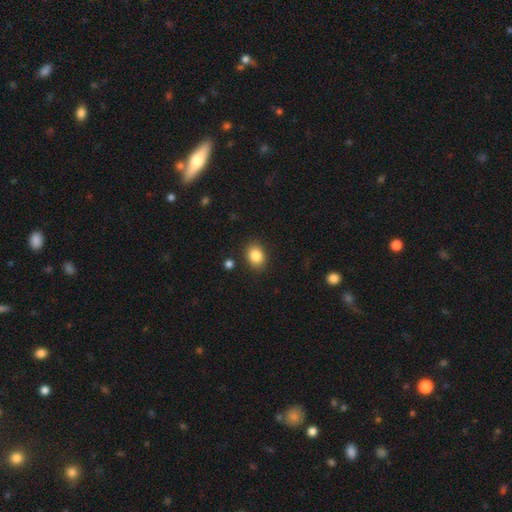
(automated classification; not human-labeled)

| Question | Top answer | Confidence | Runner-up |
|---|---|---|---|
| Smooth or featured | smooth | 86% | star or artifact (9%) |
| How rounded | in between | 57% | round (42%) |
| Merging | none | 86% | minor disturbance (9%) |